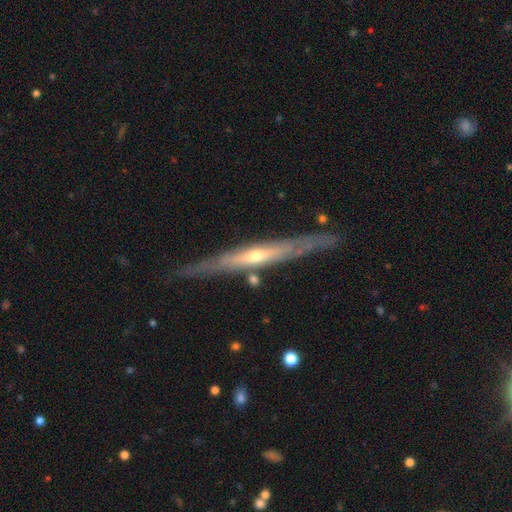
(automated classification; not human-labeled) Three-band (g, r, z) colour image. It shows a featured or disk galaxy (78%) viewed edge-on (88%) with a rounded central bulge (67%). Merging: none (80%).